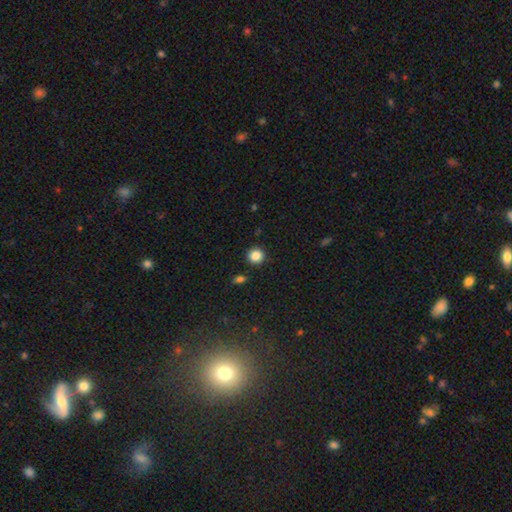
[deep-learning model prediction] Morphology: type=smooth (85%); roundness=round (93%); merging=none (90%).